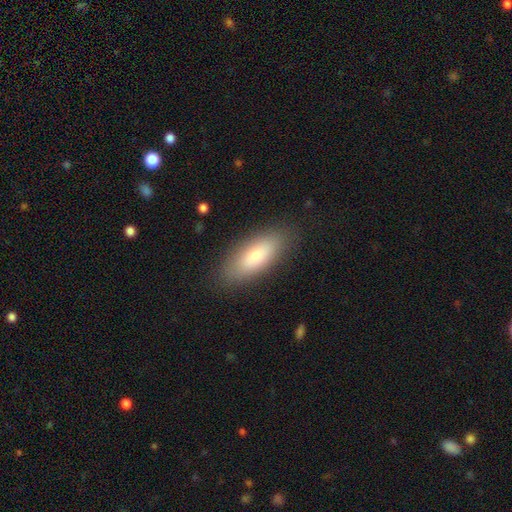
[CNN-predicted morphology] smooth-or-featured: smooth: 74% | featured or disk: 19% | star or artifact: 7%
  how-rounded: in between: 76% | cigar-shaped: 21% | round: 3%
  merging: none: 86% | minor disturbance: 10% | major disturbance: 3% | merger: 1%